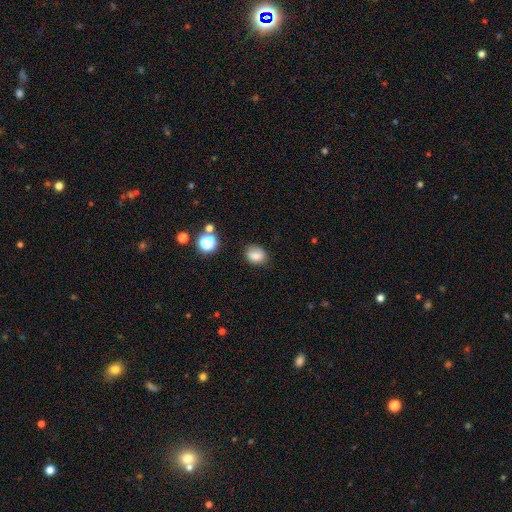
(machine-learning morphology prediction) Smooth or featured? Predicted: smooth (p=0.78). How rounded? Predicted: in between (p=0.61). Merging? Predicted: none (p=0.72).